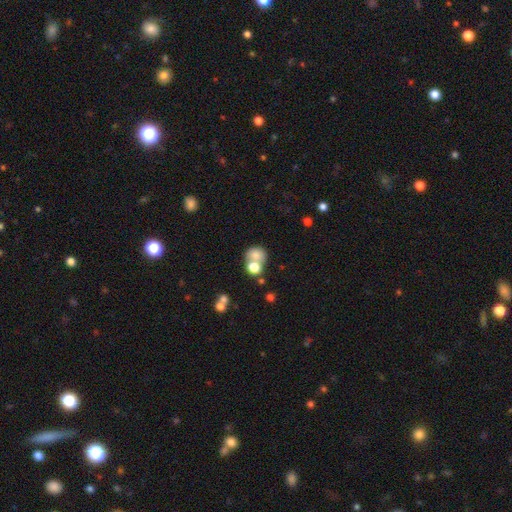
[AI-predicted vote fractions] Overall: smooth (75%). How rounded: round (68%; in between 31%). Merging: merger (50%; none 35%).